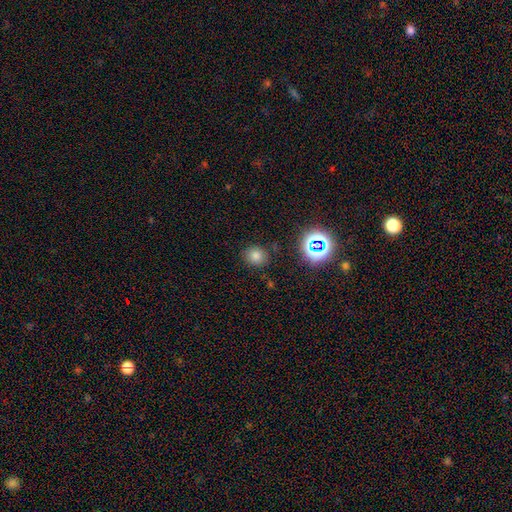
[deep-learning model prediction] Smooth or featured? Predicted: smooth (p=0.74). How rounded? Predicted: round (p=0.76). Merging? Predicted: none (p=0.84).